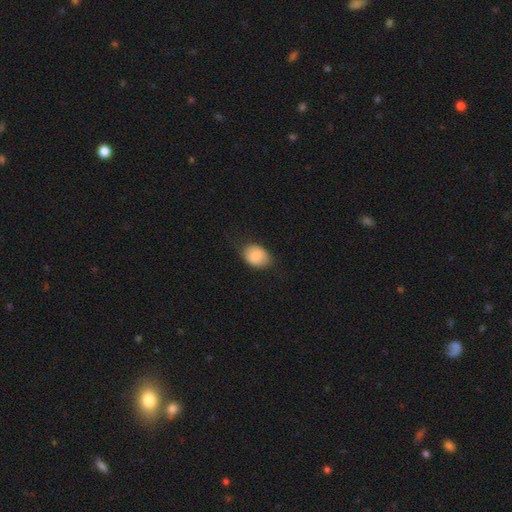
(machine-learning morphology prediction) This appears to be a smooth galaxy with no disk features (85%) that is in between round and cigar-shaped (73%). Merging: none (75%).